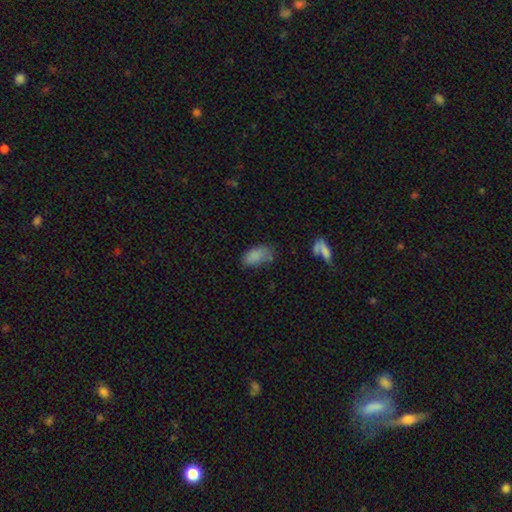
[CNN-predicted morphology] Smooth or featured? Predicted: smooth (p=0.82). How rounded? Predicted: in between (p=0.93). Merging? Predicted: none (p=0.56).